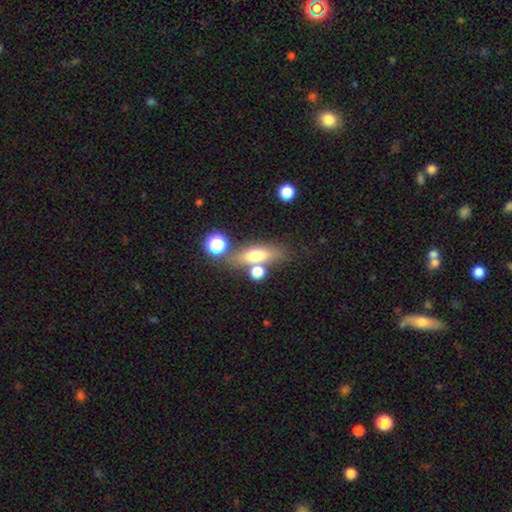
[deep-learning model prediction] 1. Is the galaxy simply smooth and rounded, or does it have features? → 62% smooth, 26% featured or disk, 11% star or artifact.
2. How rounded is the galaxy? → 54% in between, 36% cigar-shaped, 10% round.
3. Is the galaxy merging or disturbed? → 63% none, 18% merger, 13% minor disturbance, 6% major disturbance.